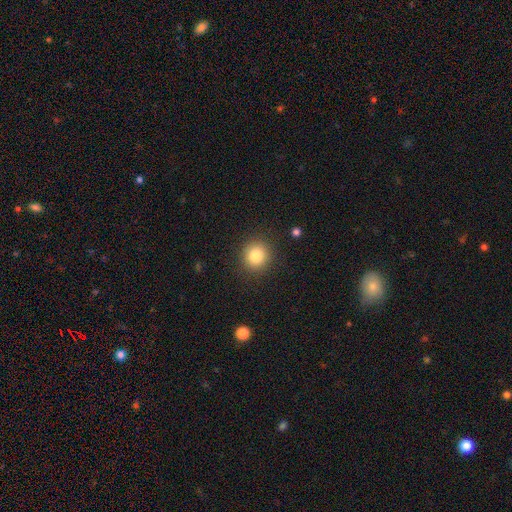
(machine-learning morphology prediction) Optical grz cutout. It shows a smooth galaxy with no disk features (83%) that is round (89%). Merging: none (89%).